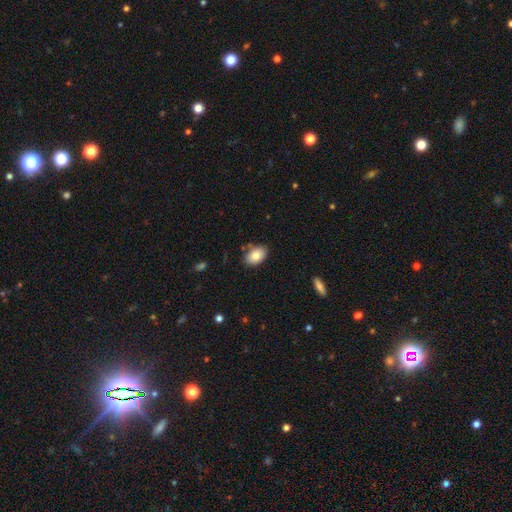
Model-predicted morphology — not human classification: smooth_or_featured: smooth (p=0.80) [alt: featured or disk p=0.12]
how_rounded: in between (p=0.89) [alt: round p=0.10]
merging: none (p=0.81) [alt: minor disturbance p=0.13]